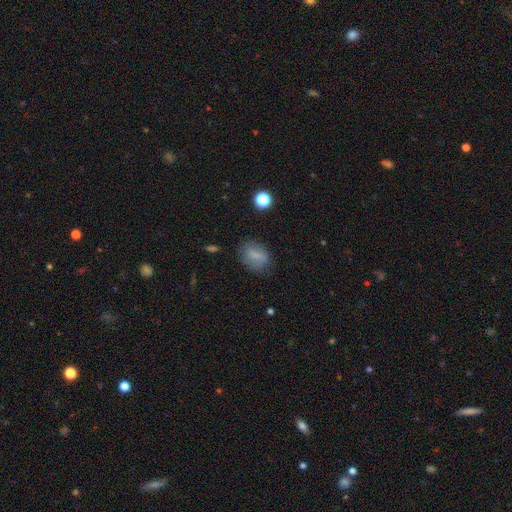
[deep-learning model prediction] Smooth or featured? smooth (71%)
How rounded? in between (67%)
Merging? none (70%)